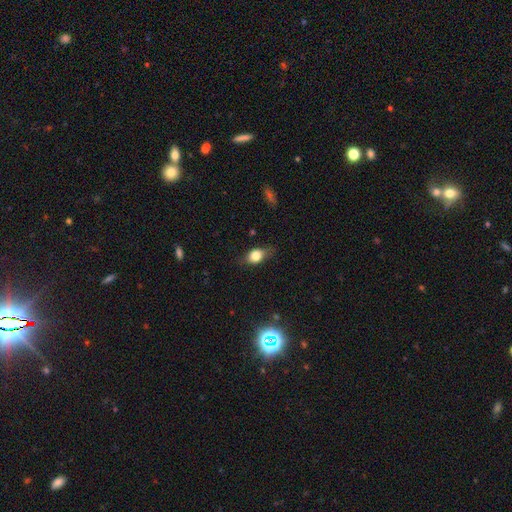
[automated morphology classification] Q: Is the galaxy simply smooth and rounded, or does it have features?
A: smooth — 75%.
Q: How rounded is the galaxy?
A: in between — 72%.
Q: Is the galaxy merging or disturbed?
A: none — 67%.